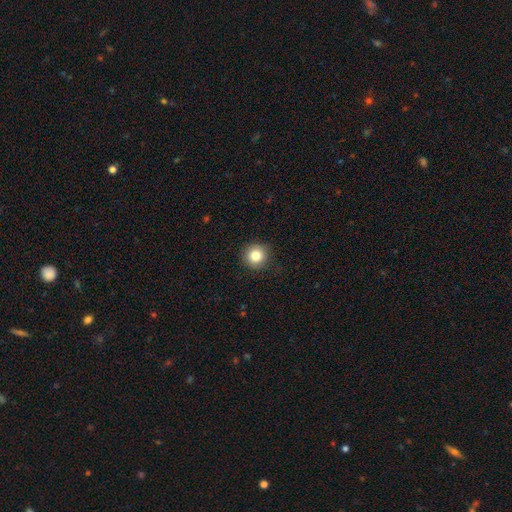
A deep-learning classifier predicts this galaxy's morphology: type=smooth (83%); roundness=round (94%); merging=none (89%).